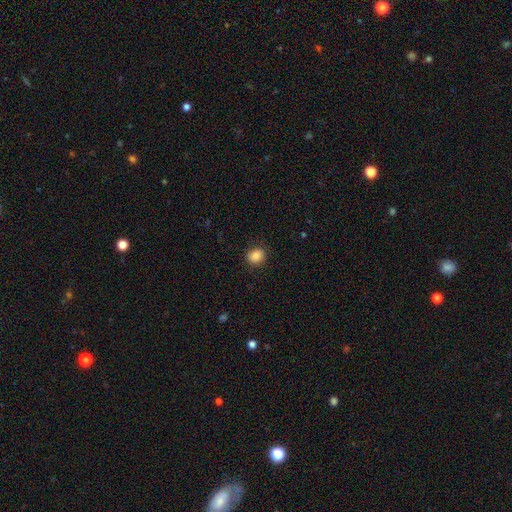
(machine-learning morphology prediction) Smooth or featured? smooth (86%)
How rounded? round (69%)
Merging? none (85%)